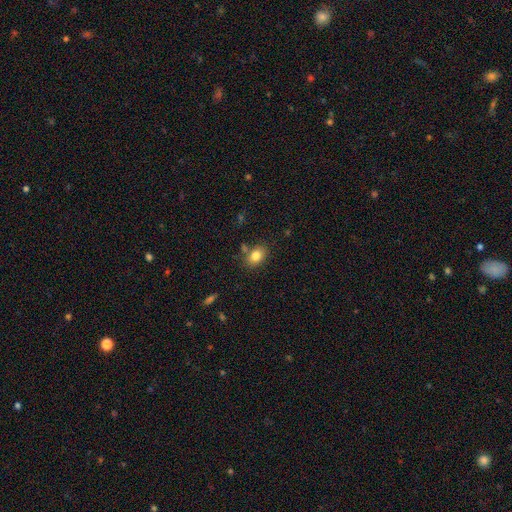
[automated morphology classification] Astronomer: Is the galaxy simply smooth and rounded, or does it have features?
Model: smooth — 82%.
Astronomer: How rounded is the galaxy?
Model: in between — 74%.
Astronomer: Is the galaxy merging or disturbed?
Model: none — 73%.